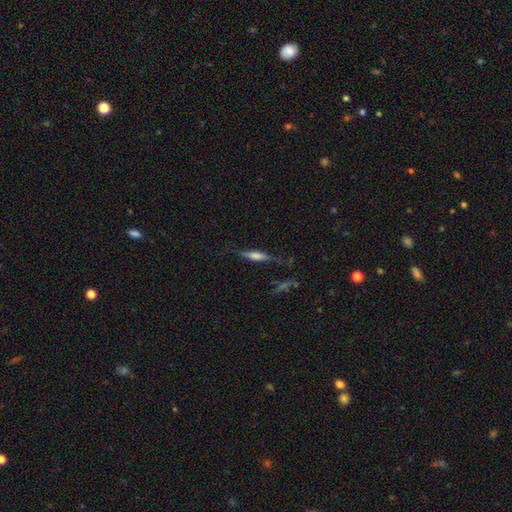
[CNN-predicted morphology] This is possibly a featured or disk galaxy (51%). It is clearly viewed edge-on (93%). Merging: likely none (70%).